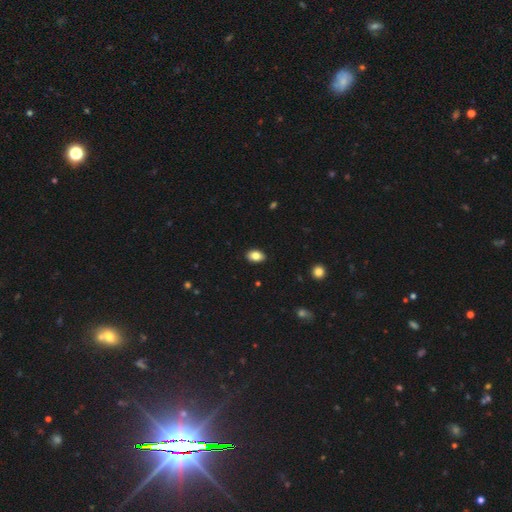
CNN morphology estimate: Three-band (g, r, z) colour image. It shows a smooth galaxy with no disk features (84%) that is in between round and cigar-shaped (84%). Merging: none (89%).